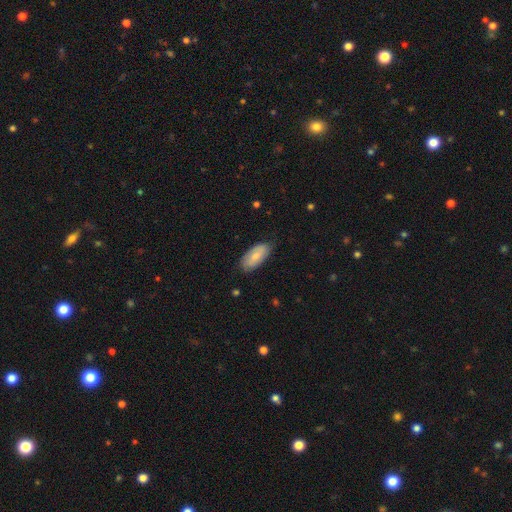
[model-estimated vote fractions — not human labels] The model was most divided on "merging": none: 78%, minor disturbance: 18%, major disturbance: 3%, merger: 1%. More confident: how rounded — in between (90%); smooth or featured — smooth (77%).